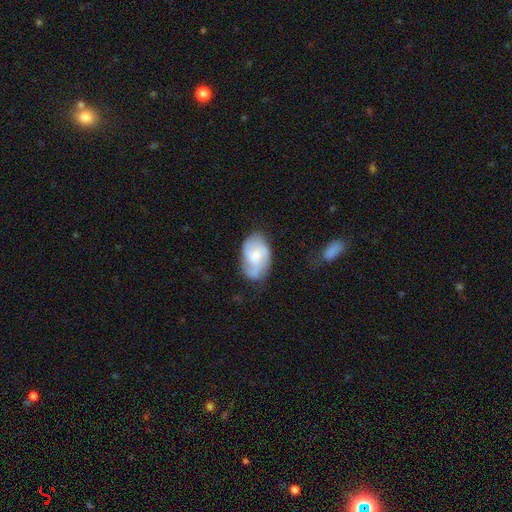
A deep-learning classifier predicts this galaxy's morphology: Smooth or featured? Predicted: featured or disk (p=0.56). Edge-on disk? Predicted: no (p=0.97). Bar? Predicted: no (p=0.60). Spiral arms? Predicted: yes (p=0.85). Bulge size? Predicted: small (p=0.53). Merging? Predicted: none (p=0.57).